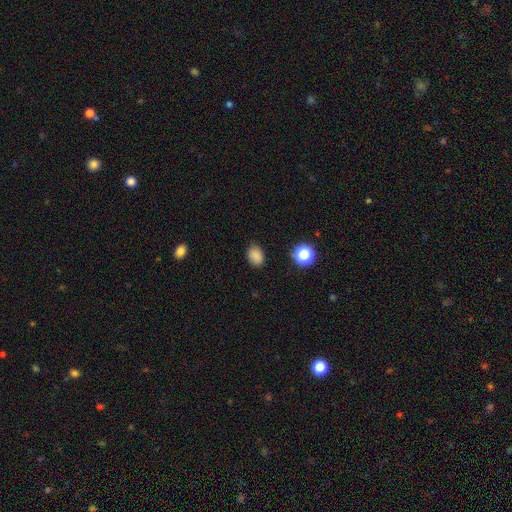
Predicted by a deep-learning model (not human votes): smooth-or-featured: smooth: 83% | star or artifact: 13% | featured or disk: 4%
  how-rounded: in between: 66% | round: 33% | cigar-shaped: 1%
  merging: none: 81% | minor disturbance: 14% | major disturbance: 3% | merger: 2%